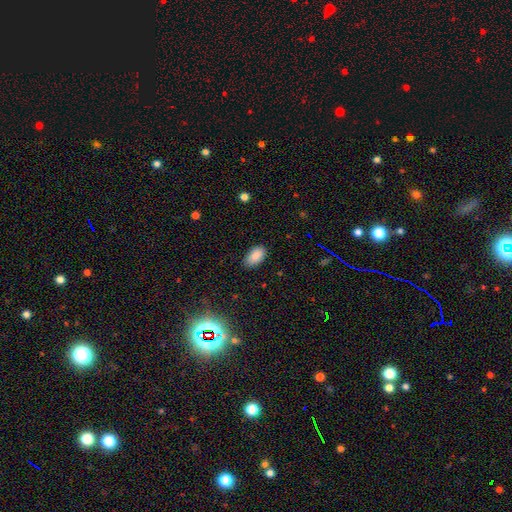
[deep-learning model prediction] smooth_or_featured: smooth (p=0.87) [alt: star or artifact p=0.09]
how_rounded: in between (p=0.94) [alt: round p=0.04]
merging: none (p=0.83) [alt: minor disturbance p=0.13]